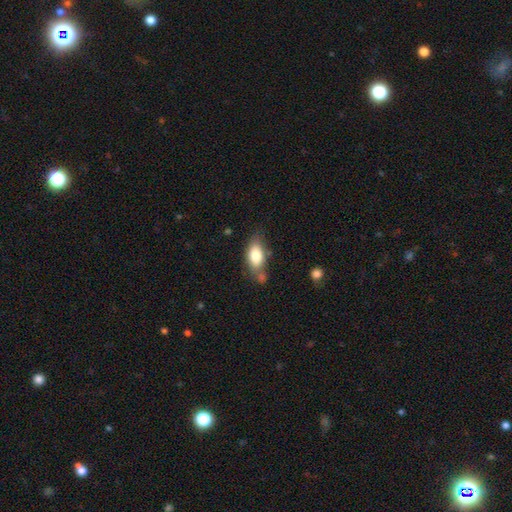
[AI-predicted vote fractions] Q: Smooth or featured?
A: smooth (78%); runner-up: featured or disk (15%)
Q: How rounded?
A: in between (87%); runner-up: cigar-shaped (8%)
Q: Merging?
A: none (55%); runner-up: minor disturbance (23%)